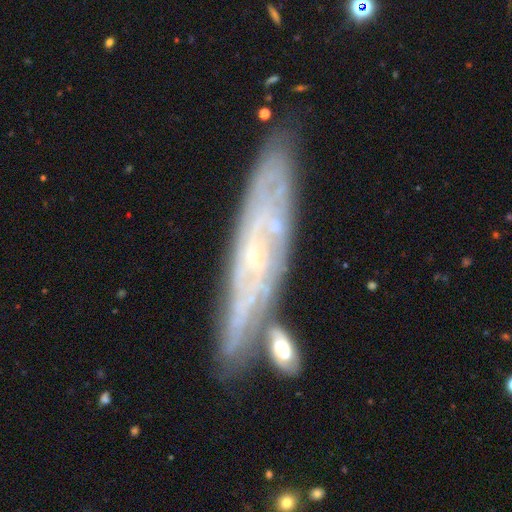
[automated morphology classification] Smooth or featured?
  - featured or disk: 76% *
  - smooth: 16%
  - star or artifact: 7%
Edge-on disk?
  - no: 53% *
  - yes: 47%
Merging?
  - none: 71% *
  - minor disturbance: 16%
  - merger: 9%
  - major disturbance: 5%